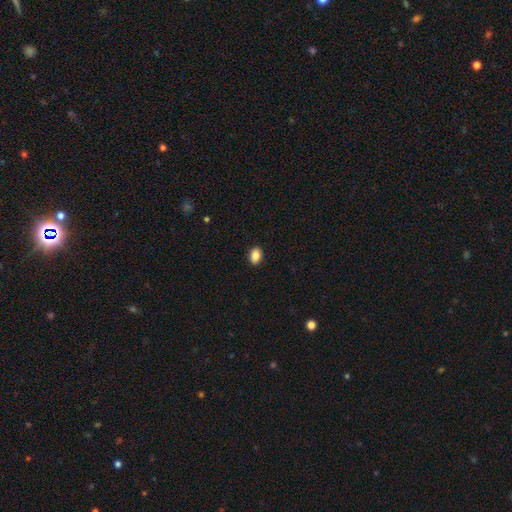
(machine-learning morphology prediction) Q: Smooth or featured?
A: smooth (87%); runner-up: star or artifact (8%)
Q: How rounded?
A: in between (79%); runner-up: round (20%)
Q: Merging?
A: none (91%); runner-up: minor disturbance (7%)